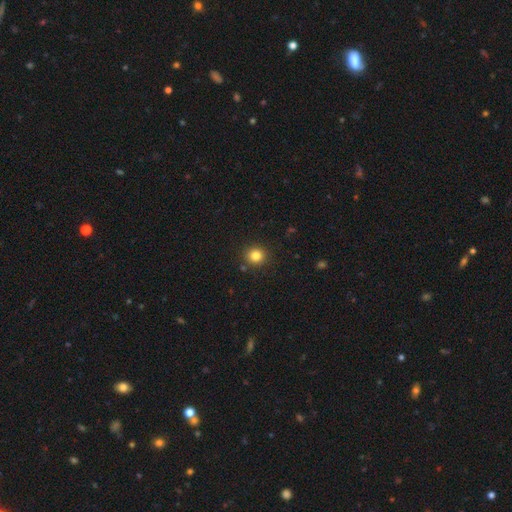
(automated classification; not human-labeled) smooth 82%, star or artifact 12%, featured or disk 6%. Down the decision tree: how rounded — round (90%); merging — none (89%).